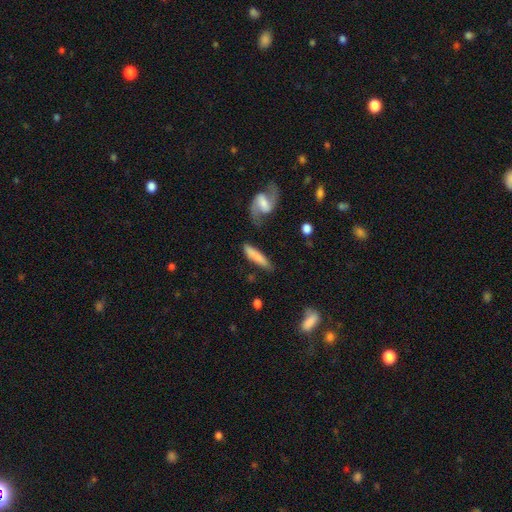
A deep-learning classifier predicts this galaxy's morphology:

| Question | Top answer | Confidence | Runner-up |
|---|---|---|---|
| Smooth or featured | smooth | 69% | featured or disk (25%) |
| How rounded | cigar-shaped | 78% | in between (20%) |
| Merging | none | 67% | minor disturbance (19%) |